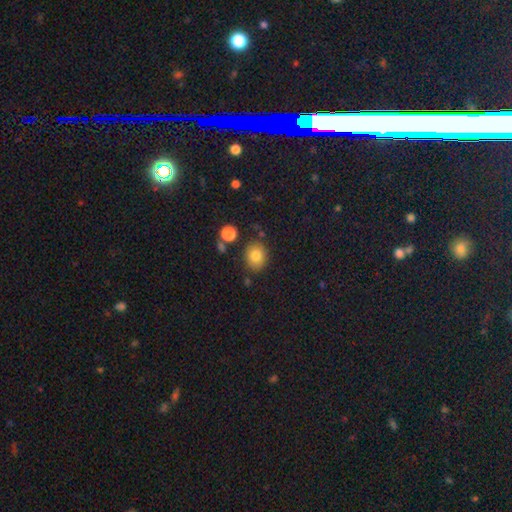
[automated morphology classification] This is clearly a smooth galaxy (81%). How rounded: likely round (69%). Merging: clearly none (82%).